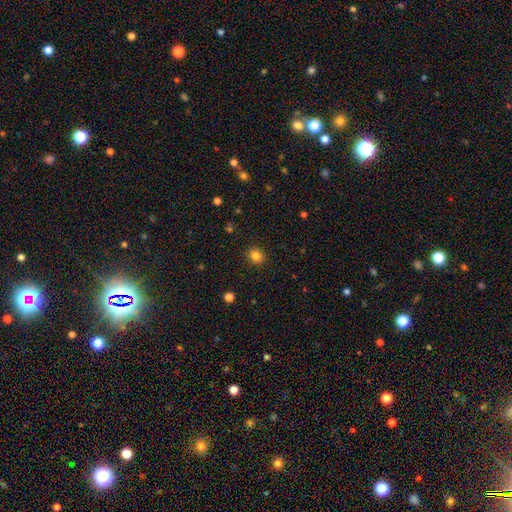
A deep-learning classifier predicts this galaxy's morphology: Overall: smooth (83%). How rounded: round (82%). Merging: none (91%).